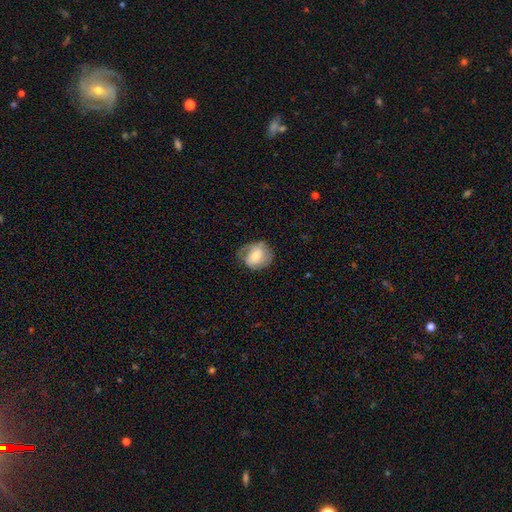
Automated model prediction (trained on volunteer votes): Smooth or featured?
  - smooth: 53% *
  - featured or disk: 40%
  - star or artifact: 7%
How rounded?
  - round: 61% *
  - in between: 38%
  - cigar-shaped: 1%
Merging?
  - none: 58% *
  - minor disturbance: 28%
  - major disturbance: 13%
  - merger: 1%